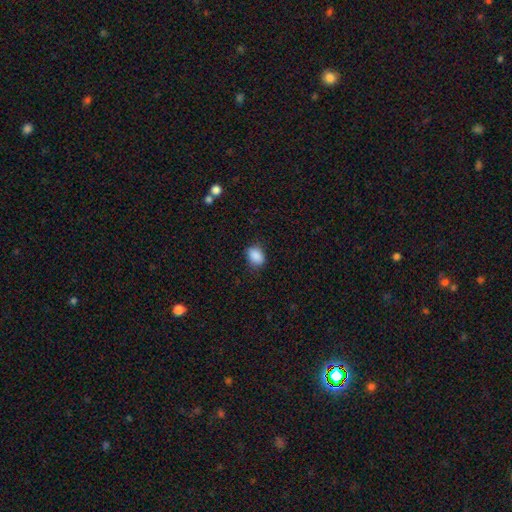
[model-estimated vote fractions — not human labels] This appears to be a smooth galaxy with no disk features (88%) that is in between round and cigar-shaped (71%). Merging: none (77%).